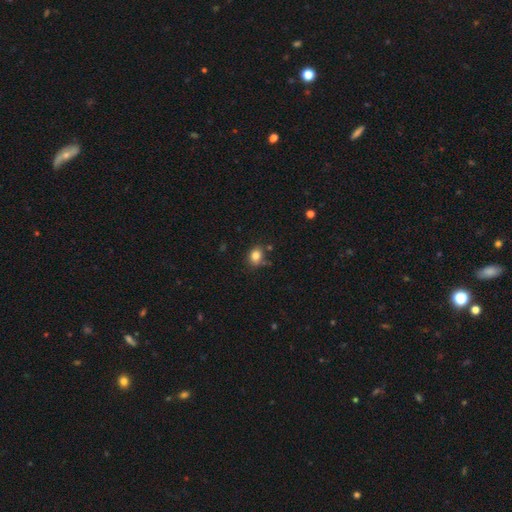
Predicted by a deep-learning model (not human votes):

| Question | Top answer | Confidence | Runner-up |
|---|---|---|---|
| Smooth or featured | smooth | 83% | star or artifact (11%) |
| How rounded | in between | 52% | round (47%) |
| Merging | none | 74% | minor disturbance (16%) |